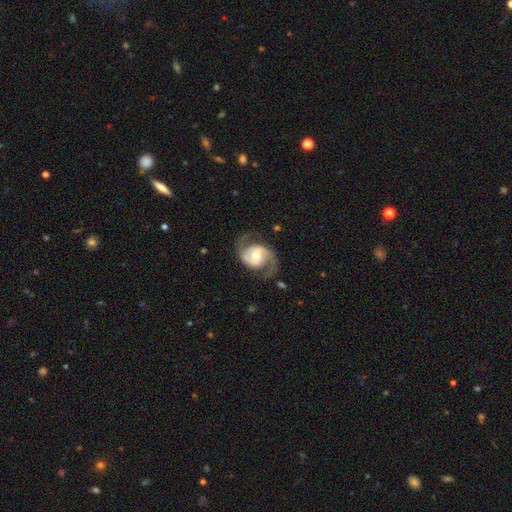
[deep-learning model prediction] Smooth or featured?
  - featured or disk: 89% *
  - smooth: 7%
  - star or artifact: 5%
Edge-on disk?
  - no: 98% *
  - yes: 2%
Bar?
  - no: 51% *
  - weak: 37%
  - strong: 12%
Spiral arms?
  - yes: 97% *
  - no: 3%
Spiral winding?
  - medium: 55% *
  - loose: 27%
  - tight: 19%
Spiral arm count?
  - 2: 92% *
  - 1: 2%
  - can't tell: 2%
  - 3: 1%
  - 4: 1%
  - more than 4: 1%
Bulge size?
  - moderate: 64% *
  - small: 22%
  - large: 11%
  - none: 2%
  - dominant: 1%
Merging?
  - none: 73% *
  - minor disturbance: 15%
  - major disturbance: 10%
  - merger: 1%